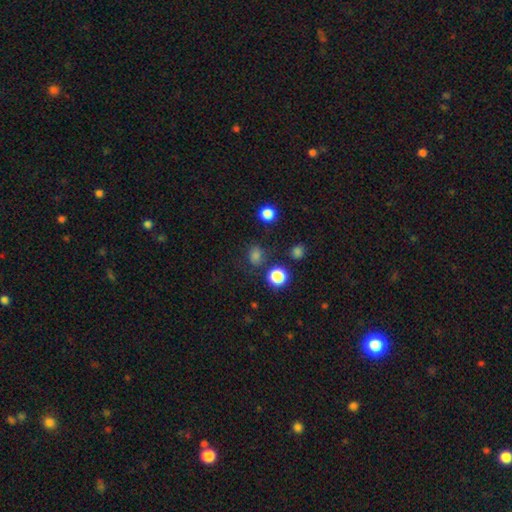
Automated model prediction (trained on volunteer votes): Morphology: type=smooth (72%); roundness=round (63%); merging=none (73%).